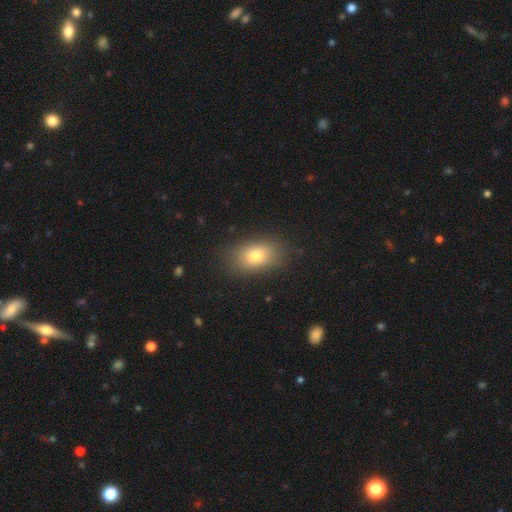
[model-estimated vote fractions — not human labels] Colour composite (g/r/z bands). It shows a smooth galaxy with no disk features (76%) that is in between round and cigar-shaped (82%). Merging: none (85%).